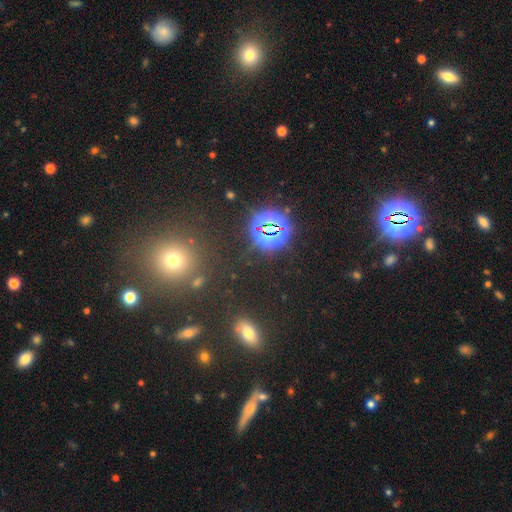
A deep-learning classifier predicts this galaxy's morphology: Smooth or featured? Predicted: star or artifact (p=0.57).